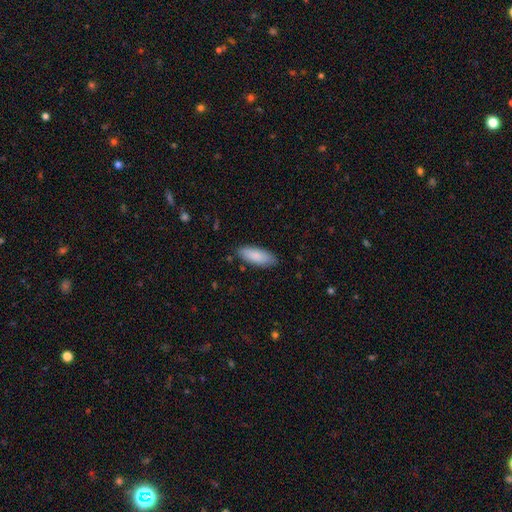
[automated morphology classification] Q: Smooth or featured?
A: smooth (86%); runner-up: featured or disk (8%)
Q: How rounded?
A: in between (75%); runner-up: cigar-shaped (24%)
Q: Merging?
A: none (84%); runner-up: minor disturbance (12%)